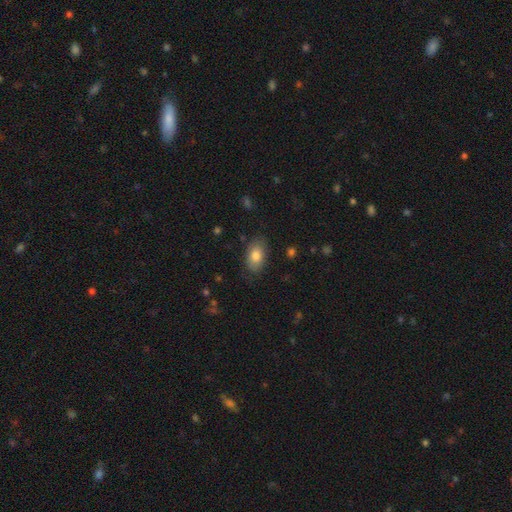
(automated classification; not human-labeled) smooth 81%, featured or disk 11%, star or artifact 7%. Down the decision tree: how rounded — in between (91%); merging — none (80%).